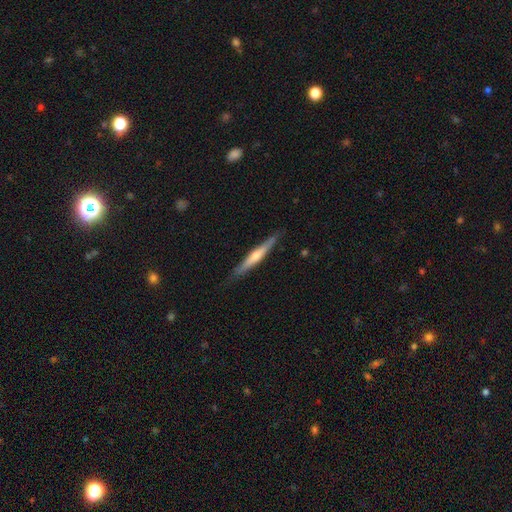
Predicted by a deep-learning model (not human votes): The model was most divided on "smooth or featured": featured or disk: 59%, smooth: 36%, star or artifact: 6%. More confident: edge-on disk — yes (97%); merging — none (86%); edge-on bulge — rounded (69%).